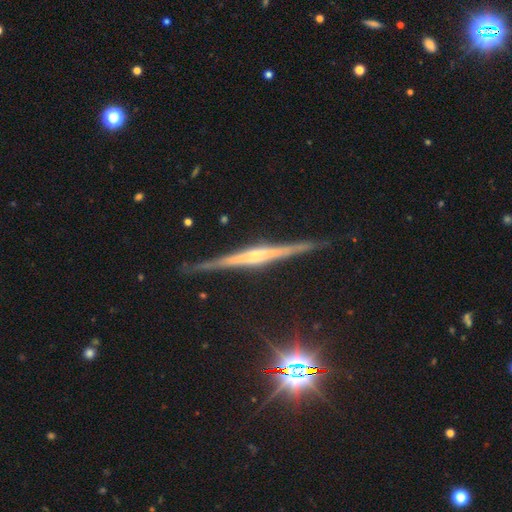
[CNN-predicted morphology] Smooth or featured? featured or disk (81%)
Edge-on disk? yes (98%)
Edge-on bulge? rounded (55%)
Merging? none (89%)